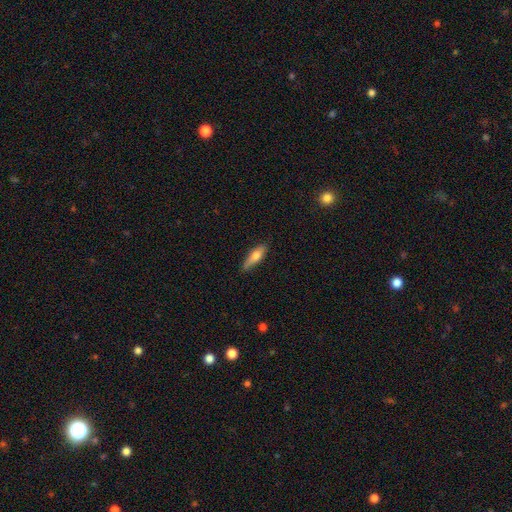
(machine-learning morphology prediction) Smooth or featured? Predicted: smooth (p=0.65). How rounded? Predicted: cigar-shaped (p=0.58). Merging? Predicted: none (p=0.77).